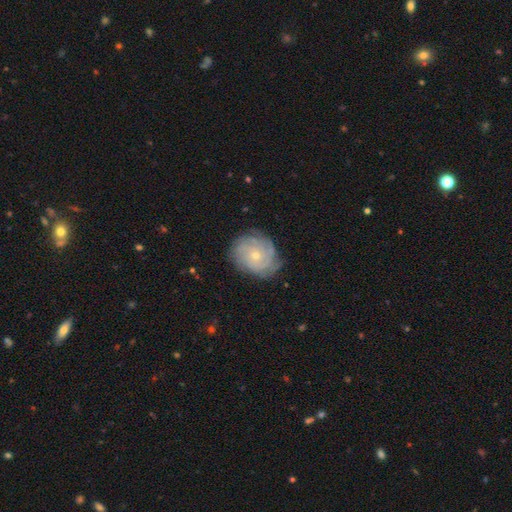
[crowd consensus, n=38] A featured or disk galaxy (71%) with no bar (88%), tight (67%) spiral arms (92%) and a small central bulge (73%). Merging: none (68%).